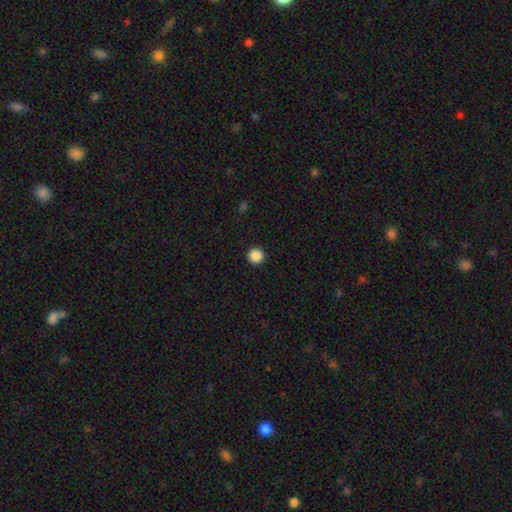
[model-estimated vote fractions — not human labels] This is clearly a smooth galaxy (88%). How rounded: clearly round (96%). Merging: clearly none (94%).